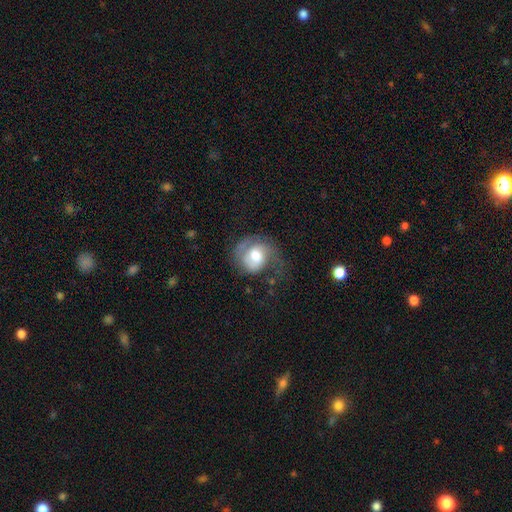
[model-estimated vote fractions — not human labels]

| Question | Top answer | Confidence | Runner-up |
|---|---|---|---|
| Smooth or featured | featured or disk | 56% | smooth (37%) |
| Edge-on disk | no | 97% | yes (3%) |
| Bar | no | 63% | weak (30%) |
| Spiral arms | yes | 83% | no (17%) |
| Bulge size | moderate | 60% | large (26%) |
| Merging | none | 40% | major disturbance (32%) |